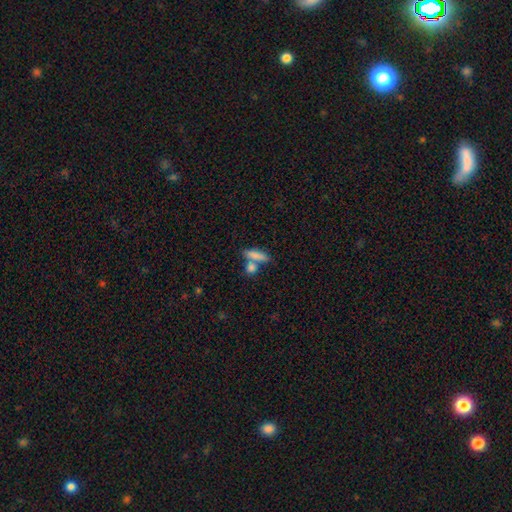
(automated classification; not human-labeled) This appears to be a smooth galaxy with no disk features (81%) that is cigar-shaped (52%). Merging: none (51%).